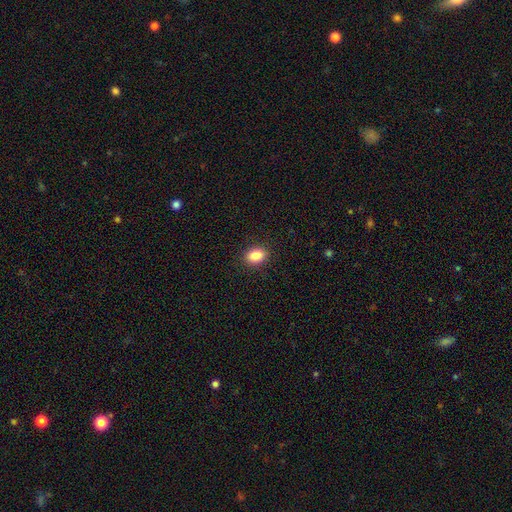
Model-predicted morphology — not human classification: This is clearly a smooth galaxy (86%). How rounded: likely in between (75%). Merging: clearly none (90%).